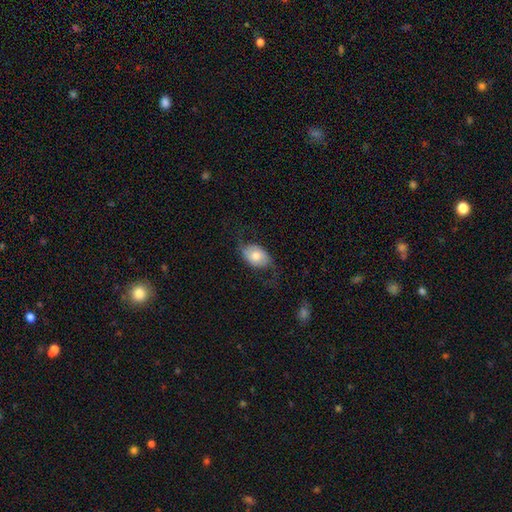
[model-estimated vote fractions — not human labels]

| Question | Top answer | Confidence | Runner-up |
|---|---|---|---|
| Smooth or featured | smooth | 53% | featured or disk (40%) |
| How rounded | in between | 82% | round (17%) |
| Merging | none | 60% | minor disturbance (22%) |